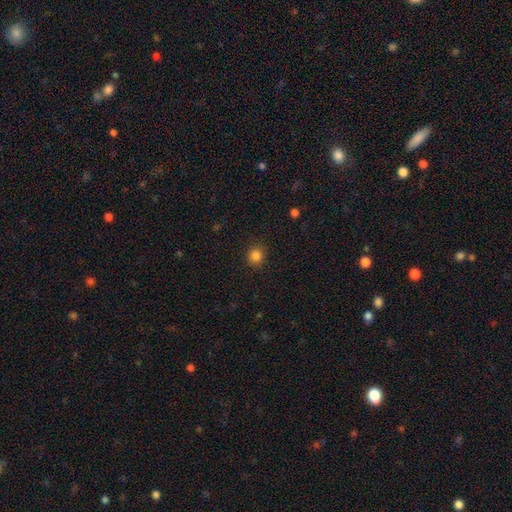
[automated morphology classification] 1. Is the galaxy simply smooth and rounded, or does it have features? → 84% smooth, 12% star or artifact, 4% featured or disk.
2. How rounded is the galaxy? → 88% round, 11% in between, 1% cigar-shaped.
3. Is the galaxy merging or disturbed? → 90% none, 7% minor disturbance, 2% major disturbance, 1% merger.